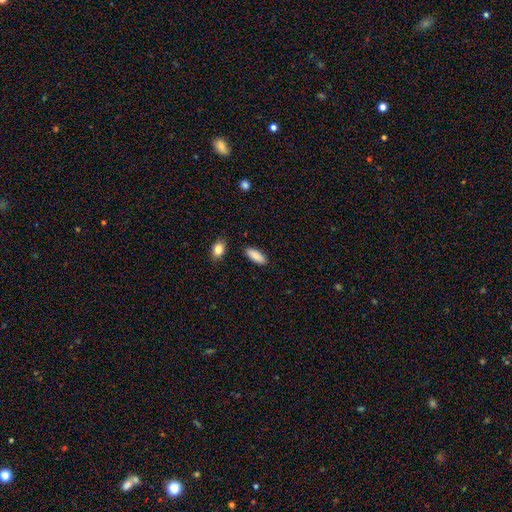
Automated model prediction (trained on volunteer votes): This is clearly a smooth galaxy (88%). How rounded: likely in between (73%). Merging: clearly none (88%).